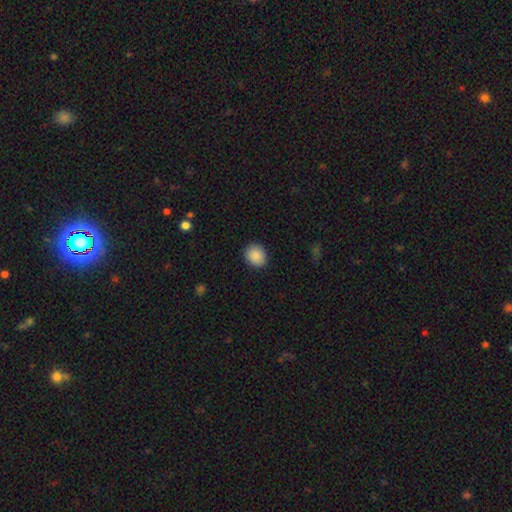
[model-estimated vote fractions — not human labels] The model was most divided on "how rounded": round: 66%, in between: 33%, cigar-shaped: 1%. More confident: smooth or featured — smooth (89%); merging — none (89%).